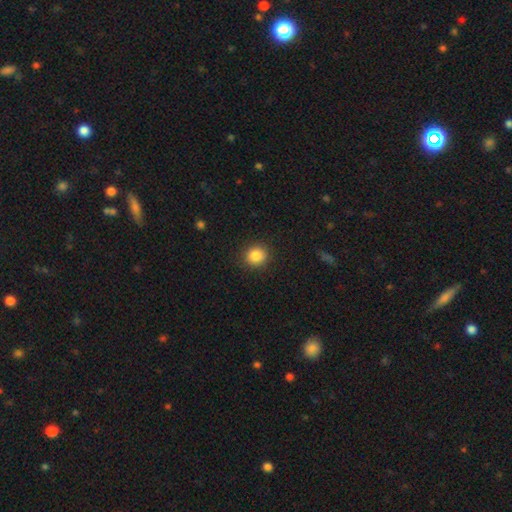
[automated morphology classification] Q: Smooth or featured?
A: smooth (86%); runner-up: star or artifact (10%)
Q: How rounded?
A: round (85%); runner-up: in between (14%)
Q: Merging?
A: none (90%); runner-up: minor disturbance (7%)